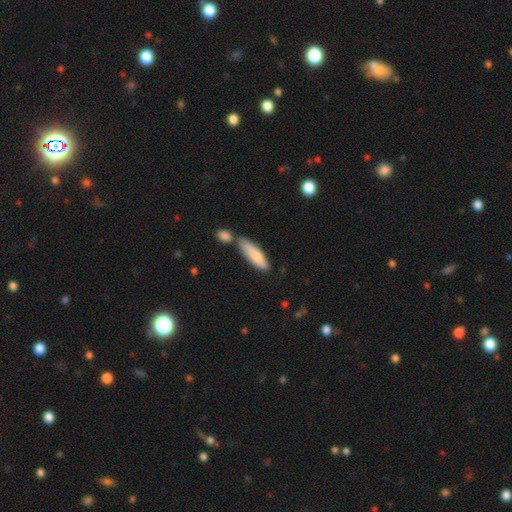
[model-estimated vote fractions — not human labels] This is clearly a smooth galaxy (80%). How rounded: possibly cigar-shaped (59%). Merging: possibly none (54%).